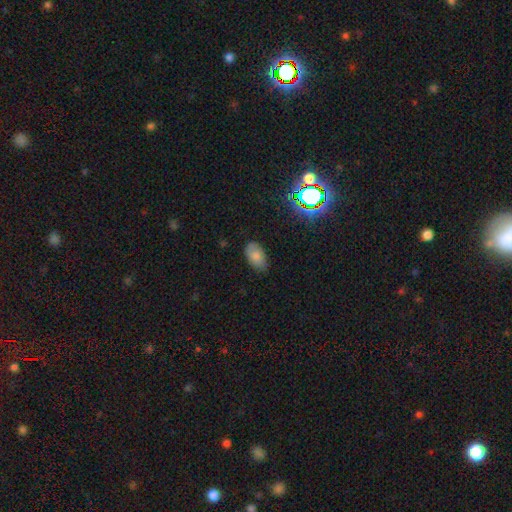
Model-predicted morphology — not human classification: Smooth or featured? Predicted: smooth (p=0.77). How rounded? Predicted: in between (p=0.93). Merging? Predicted: none (p=0.78).